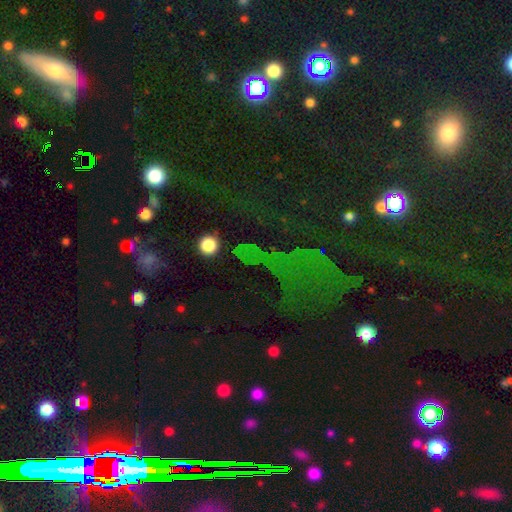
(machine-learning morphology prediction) Q: Smooth or featured?
A: star or artifact (62%); runner-up: smooth (23%)